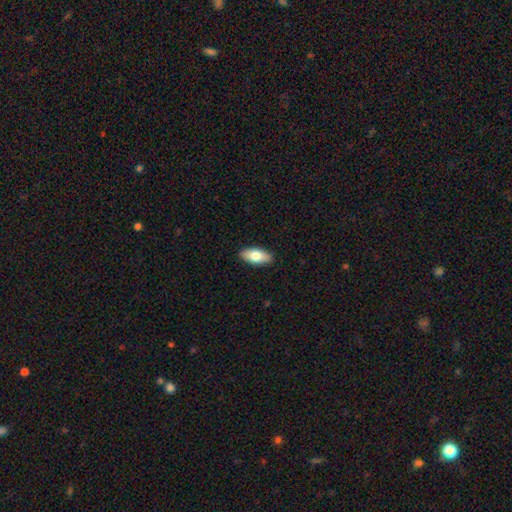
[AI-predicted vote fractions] This is likely a smooth galaxy (78%). How rounded: clearly in between (89%). Merging: clearly none (90%).